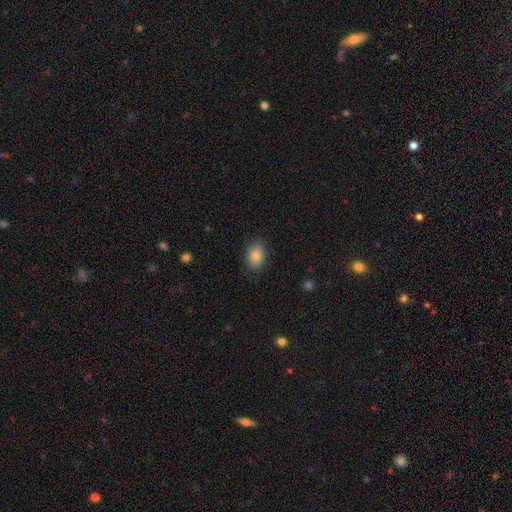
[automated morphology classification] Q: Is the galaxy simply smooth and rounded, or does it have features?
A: smooth — 83%.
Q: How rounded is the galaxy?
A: in between — 78%.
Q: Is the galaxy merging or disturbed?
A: none — 86%.